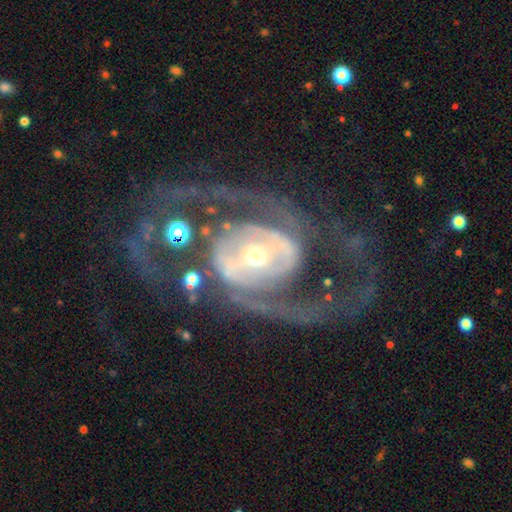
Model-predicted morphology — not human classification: Q: Smooth or featured?
A: featured or disk (90%); runner-up: smooth (5%)
Q: Edge-on disk?
A: no (97%); runner-up: yes (3%)
Q: Bar?
A: no (36%); runner-up: weak (32%)
Q: Spiral arms?
A: yes (93%); runner-up: no (7%)
Q: Spiral winding?
A: medium (52%); runner-up: loose (30%)
Q: Spiral arm count?
A: 2 (89%); runner-up: can't tell (4%)
Q: Bulge size?
A: moderate (51%); runner-up: small (40%)
Q: Merging?
A: none (61%); runner-up: major disturbance (22%)